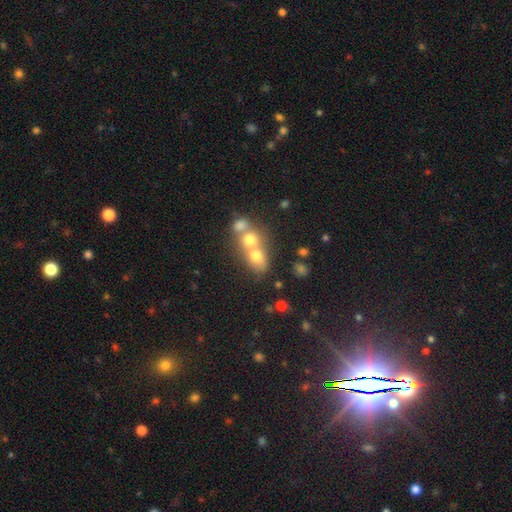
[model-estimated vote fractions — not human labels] Smooth or featured?
  - smooth: 68% *
  - featured or disk: 18%
  - star or artifact: 14%
How rounded?
  - round: 57% *
  - in between: 41%
  - cigar-shaped: 2%
Merging?
  - merger: 62% *
  - none: 27%
  - minor disturbance: 7%
  - major disturbance: 4%